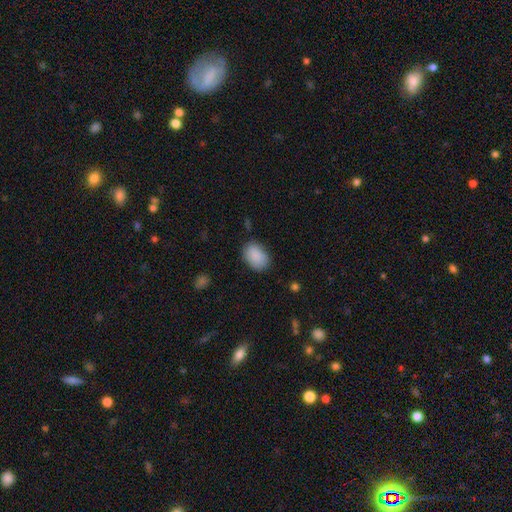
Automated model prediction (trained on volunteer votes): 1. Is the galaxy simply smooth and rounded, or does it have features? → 89% smooth, 7% star or artifact, 4% featured or disk.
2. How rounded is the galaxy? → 80% in between, 19% round, 1% cigar-shaped.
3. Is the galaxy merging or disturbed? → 77% none, 17% minor disturbance, 4% major disturbance, 2% merger.